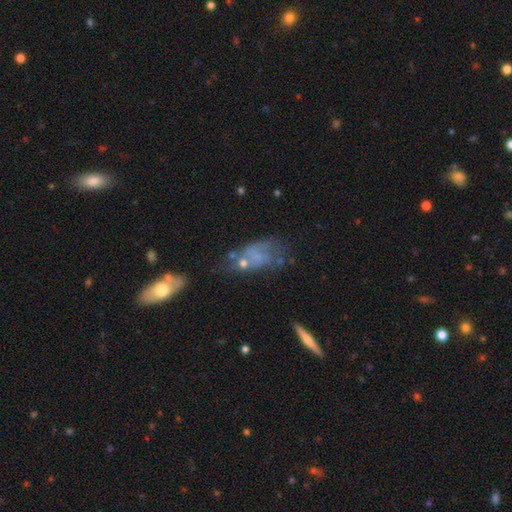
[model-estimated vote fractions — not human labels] smooth-or-featured: featured or disk: 46% | smooth: 40% | star or artifact: 14%
  merging: none: 35% | major disturbance: 27% | minor disturbance: 25% | merger: 13%